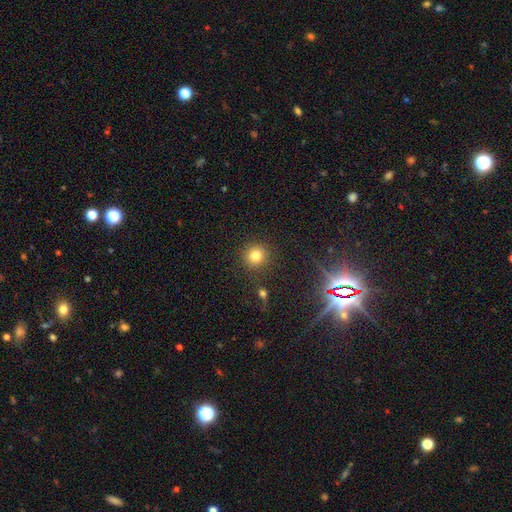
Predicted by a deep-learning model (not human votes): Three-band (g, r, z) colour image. It shows a smooth galaxy with no disk features (79%) that is round (92%). Merging: none (86%).